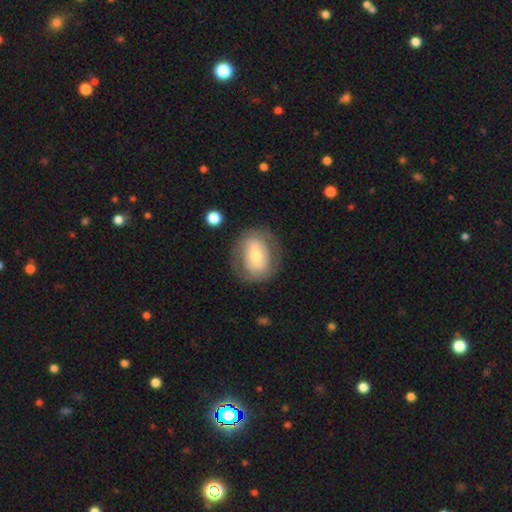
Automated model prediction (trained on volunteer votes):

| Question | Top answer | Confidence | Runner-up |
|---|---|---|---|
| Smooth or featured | featured or disk | 47% | smooth (46%) |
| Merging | none | 78% | minor disturbance (14%) |